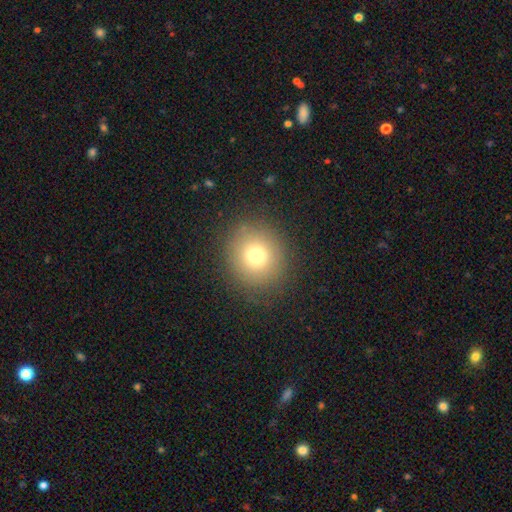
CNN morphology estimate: The model was most divided on "smooth or featured": smooth: 74%, star or artifact: 16%, featured or disk: 11%. More confident: how rounded — round (88%); merging — none (86%).